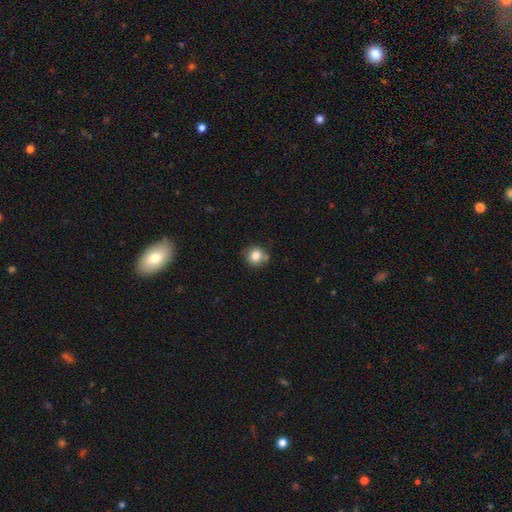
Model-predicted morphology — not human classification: This appears to be a smooth galaxy with no disk features (82%) that is round (89%). Merging: none (72%).